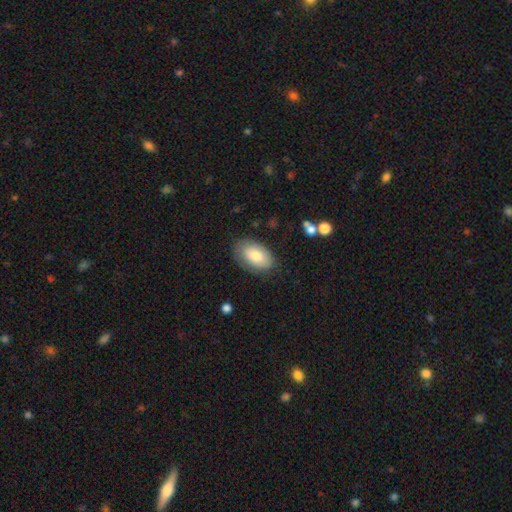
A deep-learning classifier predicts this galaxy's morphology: A smooth galaxy with no disk features (79%) that is in between round and cigar-shaped (93%). Merging: none (79%).